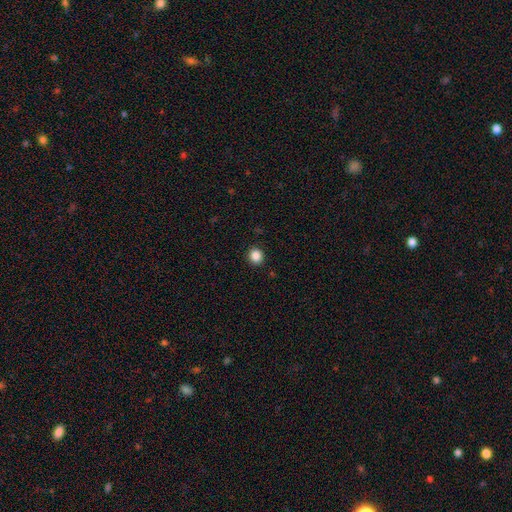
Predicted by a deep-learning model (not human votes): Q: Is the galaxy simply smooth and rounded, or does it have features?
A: smooth — 86%.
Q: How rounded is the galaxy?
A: round — 89%.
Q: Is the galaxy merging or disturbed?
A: none — 92%.